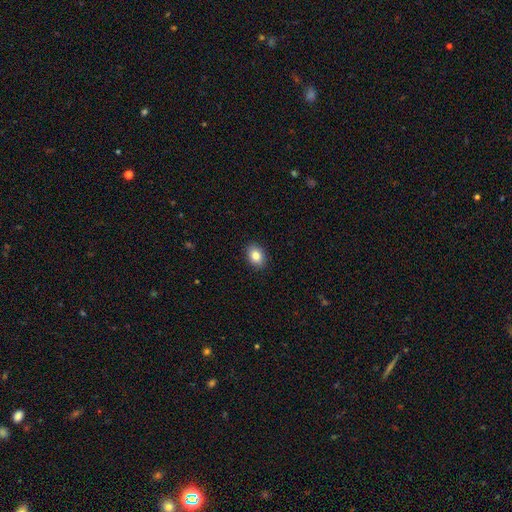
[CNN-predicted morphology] This appears to be a smooth galaxy with no disk features (85%) that is in between round and cigar-shaped (71%). Merging: none (90%).